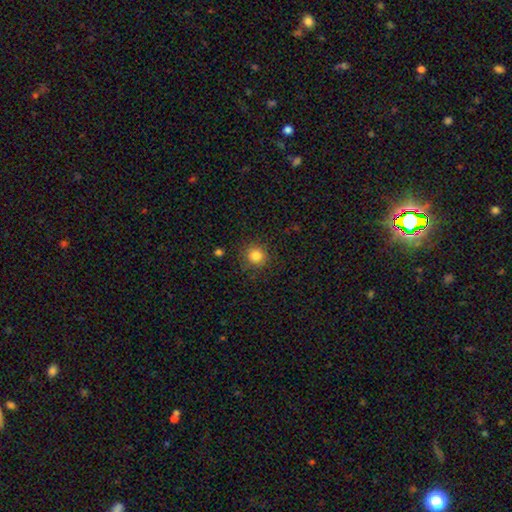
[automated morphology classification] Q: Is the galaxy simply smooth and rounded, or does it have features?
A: smooth — 84%.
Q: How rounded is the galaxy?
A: round — 92%.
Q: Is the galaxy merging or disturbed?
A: none — 87%.